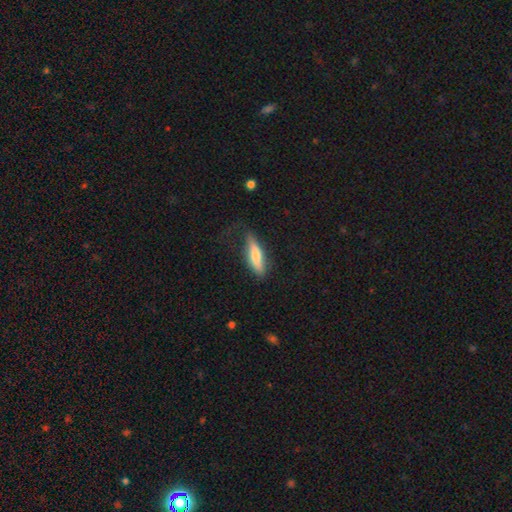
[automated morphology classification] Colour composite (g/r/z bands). It shows a smooth galaxy with no disk features (68%) that is cigar-shaped (68%). Merging: none (55%).